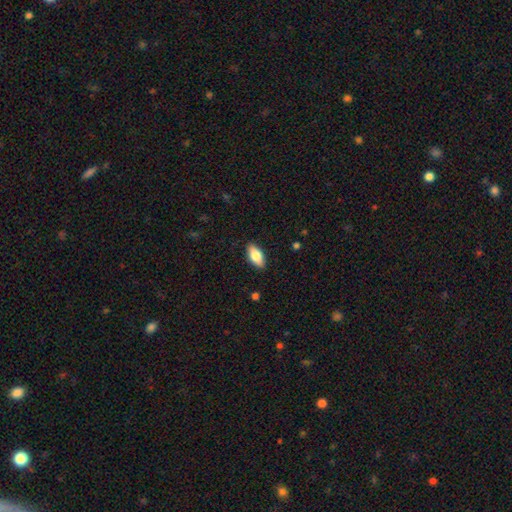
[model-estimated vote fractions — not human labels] This is likely a smooth galaxy (76%). How rounded: clearly in between (87%). Merging: clearly none (88%).